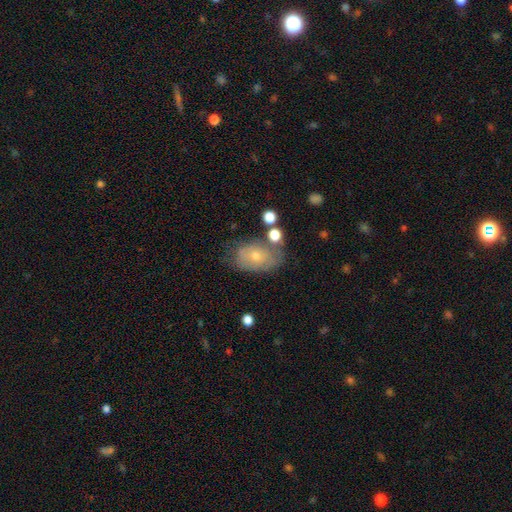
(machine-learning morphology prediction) Smooth or featured: smooth — 50% (featured or disk — 39%)
How rounded: in between — 83% (round — 15%)
Merging: none — 60% (minor disturbance — 23%)